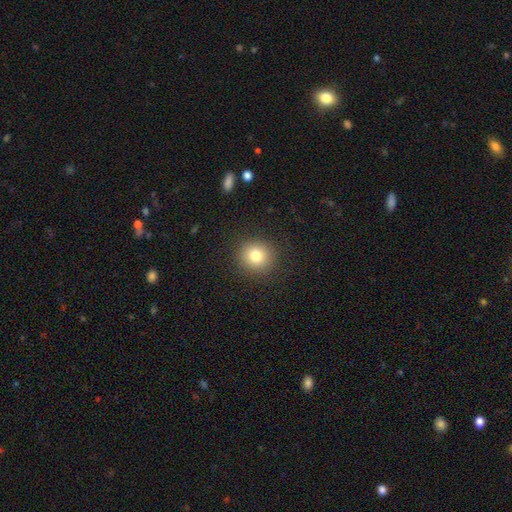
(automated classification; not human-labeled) smooth_or_featured: smooth (p=0.80) [alt: star or artifact p=0.12]
how_rounded: round (p=0.91) [alt: in between p=0.08]
merging: none (p=0.90) [alt: minor disturbance p=0.06]